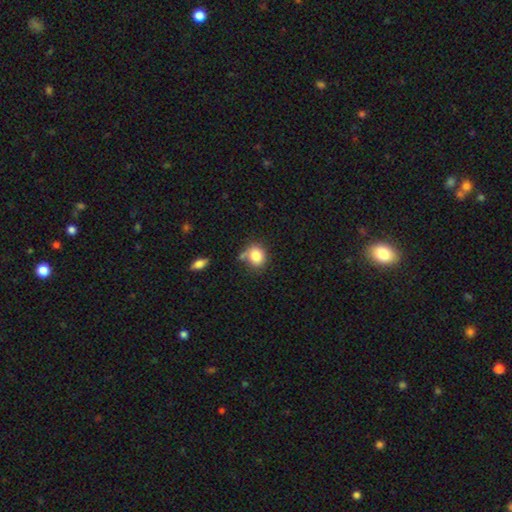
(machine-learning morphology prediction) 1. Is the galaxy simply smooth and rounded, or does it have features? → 83% smooth, 10% star or artifact, 7% featured or disk.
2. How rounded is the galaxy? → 63% round, 36% in between, 1% cigar-shaped.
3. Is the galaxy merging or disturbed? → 60% none, 20% minor disturbance, 14% merger, 6% major disturbance.